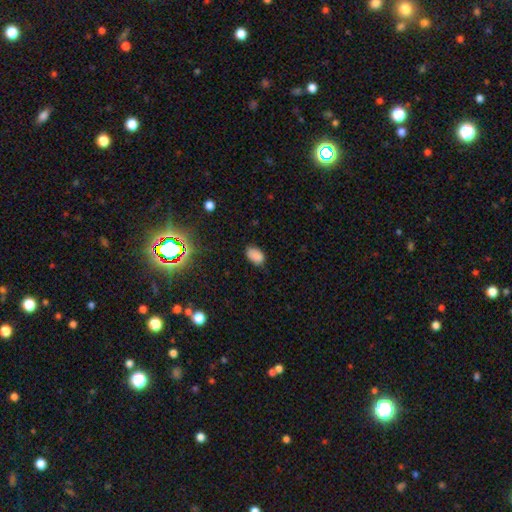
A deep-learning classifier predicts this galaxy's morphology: Smooth or featured: smooth — 83% (star or artifact — 13%)
How rounded: in between — 91% (round — 8%)
Merging: none — 76% (minor disturbance — 19%)